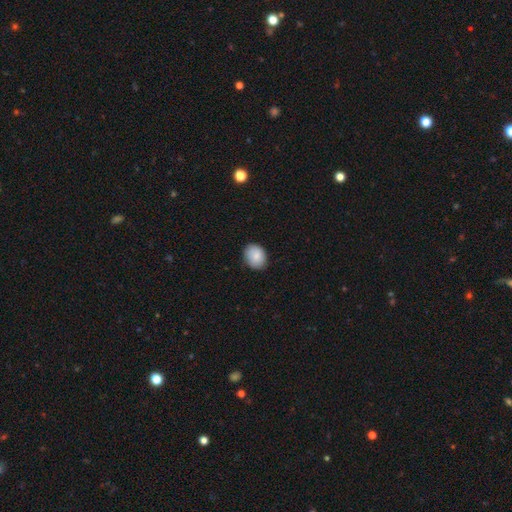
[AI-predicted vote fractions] Smooth or featured: smooth — 86% (star or artifact — 7%)
How rounded: in between — 55% (round — 44%)
Merging: none — 85% (minor disturbance — 12%)